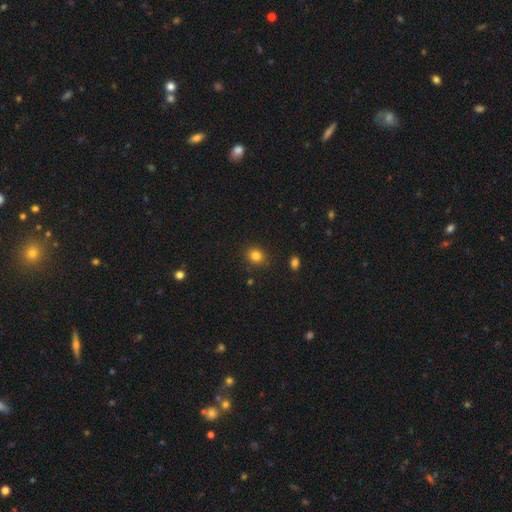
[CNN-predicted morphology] This is clearly a smooth galaxy (83%). How rounded: likely round (75%). Merging: clearly none (87%).